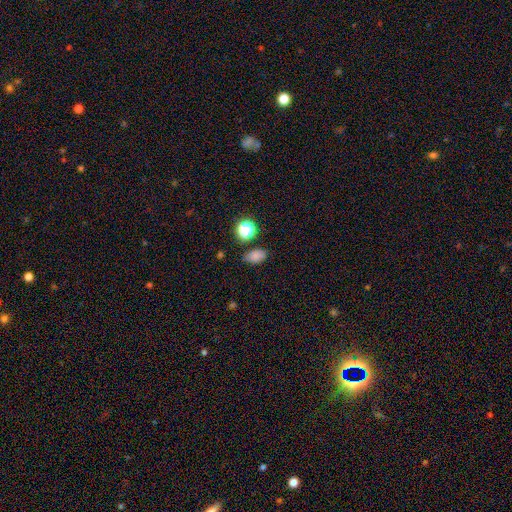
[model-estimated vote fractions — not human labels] smooth-or-featured: smooth: 78% | star or artifact: 16% | featured or disk: 6%
  how-rounded: in between: 82% | round: 16% | cigar-shaped: 2%
  merging: none: 76% | minor disturbance: 16% | merger: 4% | major disturbance: 4%